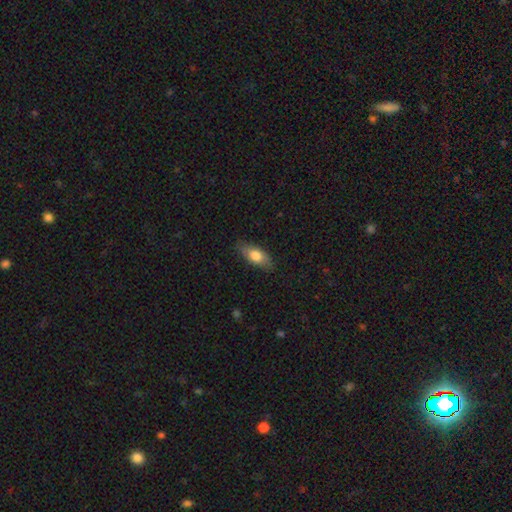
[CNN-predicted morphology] smooth 74%, featured or disk 20%, star or artifact 6%. Down the decision tree: how rounded — in between (83%); merging — none (81%).